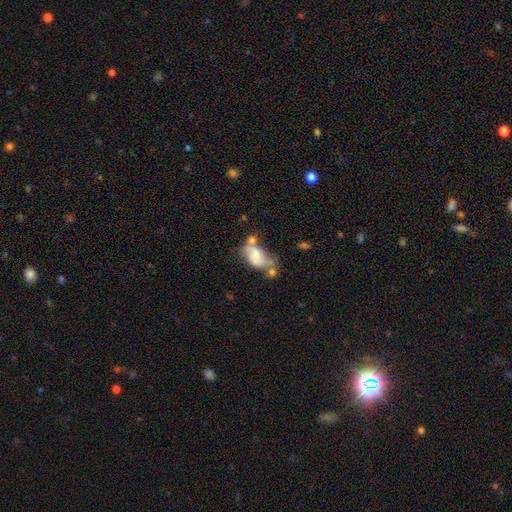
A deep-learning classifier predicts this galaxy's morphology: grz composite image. It shows a smooth galaxy with no disk features (54%) that is in between round and cigar-shaped (89%). Merging: merger (33%).